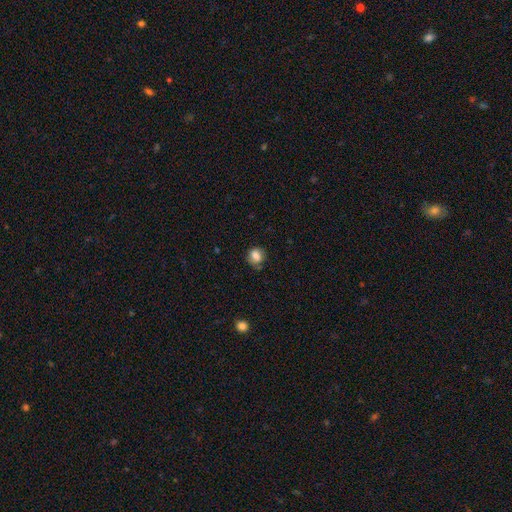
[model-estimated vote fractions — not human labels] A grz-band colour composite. It shows a smooth galaxy with no disk features (81%) that is round (64%). Merging: none (67%).